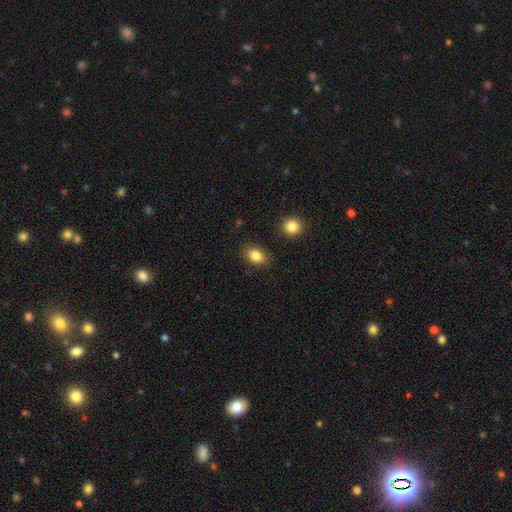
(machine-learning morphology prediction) This appears to be a smooth galaxy with no disk features (85%) that is in between round and cigar-shaped (80%). Merging: none (85%).